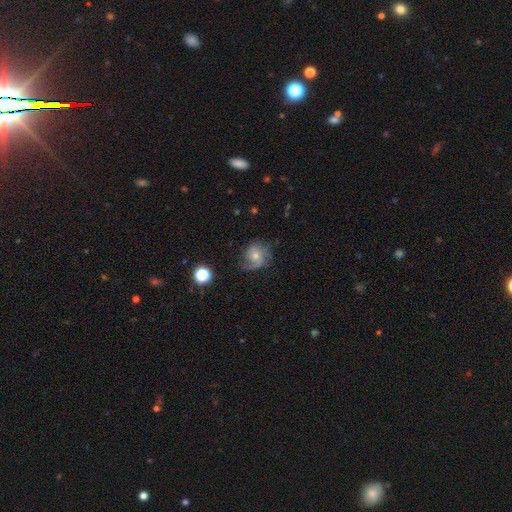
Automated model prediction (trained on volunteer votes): This is possibly a featured or disk galaxy (55%). It is clearly not viewed edge-on (97%). Bar: likely no (75%). Spiral arm pattern: clearly yes (85%). Central bulge: possibly small (49%). Merging: possibly none (56%).